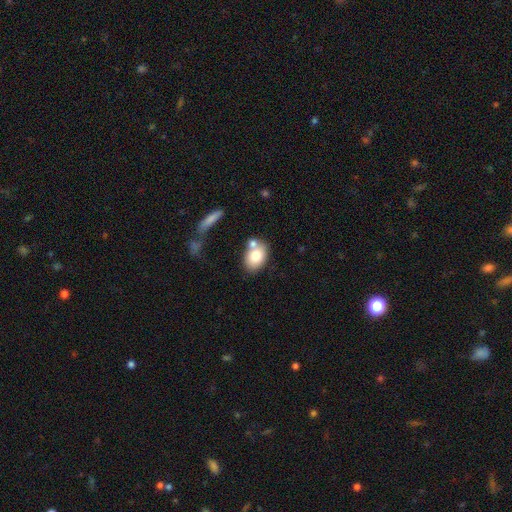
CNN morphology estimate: Smooth or featured? Predicted: smooth (p=0.76). How rounded? Predicted: in between (p=0.75). Merging? Predicted: none (p=0.56).